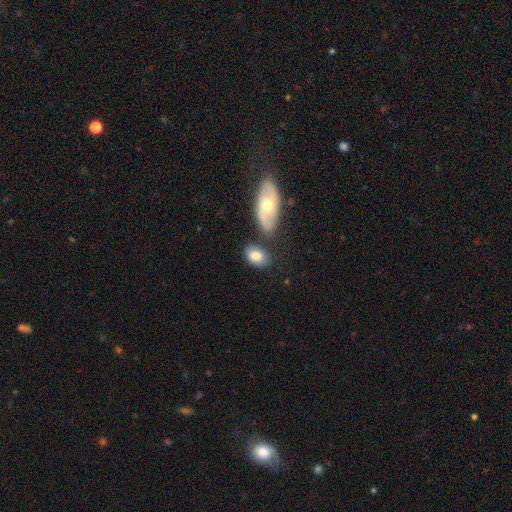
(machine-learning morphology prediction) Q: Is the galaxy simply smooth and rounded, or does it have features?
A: smooth — 77%.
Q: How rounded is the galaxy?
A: in between — 84%.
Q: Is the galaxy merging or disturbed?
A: none — 63%.